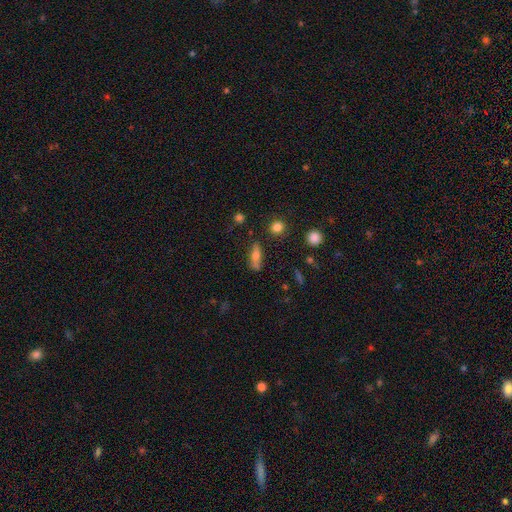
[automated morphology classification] smooth-or-featured: smooth: 59% | featured or disk: 32% | star or artifact: 9%
  how-rounded: cigar-shaped: 48% | in between: 46% | round: 6%
  merging: none: 72% | minor disturbance: 17% | major disturbance: 5% | merger: 5%